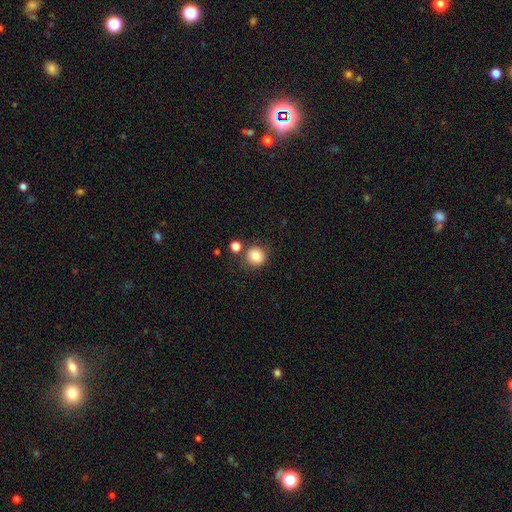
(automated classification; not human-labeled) Smooth or featured? Predicted: smooth (p=0.82). How rounded? Predicted: round (p=0.91). Merging? Predicted: none (p=0.77).